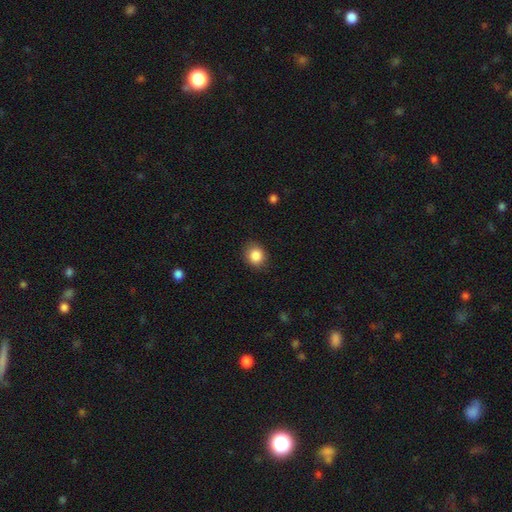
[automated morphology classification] smooth-or-featured: smooth: 86% | star or artifact: 9% | featured or disk: 4%
  how-rounded: round: 74% | in between: 25% | cigar-shaped: 1%
  merging: none: 86% | minor disturbance: 10% | major disturbance: 3% | merger: 1%